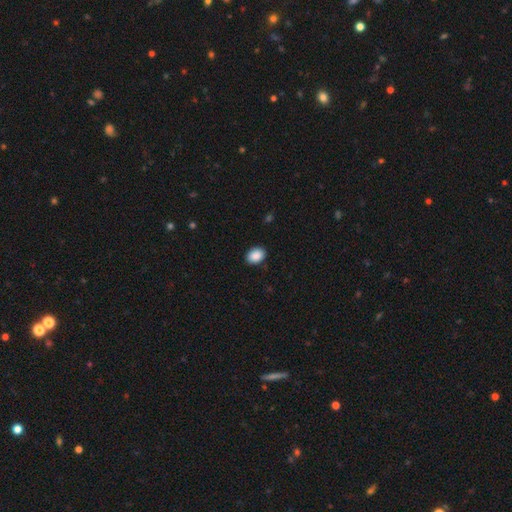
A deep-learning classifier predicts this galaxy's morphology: A smooth galaxy with no disk features (90%) that is in between round and cigar-shaped (69%).

Vote fractions:
- Smooth or featured? smooth: 90% / star or artifact: 7% / featured or disk: 3%
- How rounded? in between: 69% / round: 30% / cigar-shaped: 1%
- Merging? none: 88% / minor disturbance: 9% / major disturbance: 2% / merger: 1%